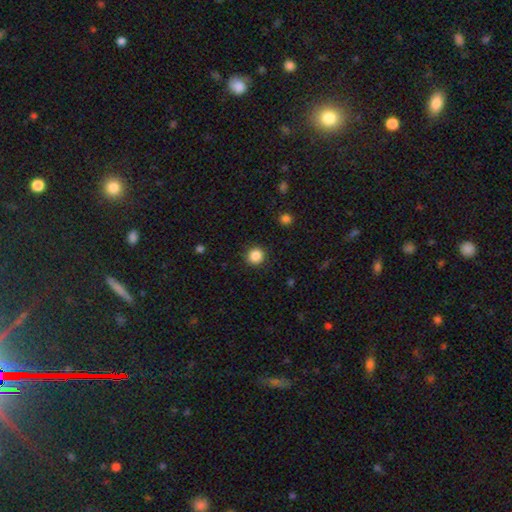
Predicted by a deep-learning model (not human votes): Smooth or featured? smooth (86%)
How rounded? round (93%)
Merging? none (90%)